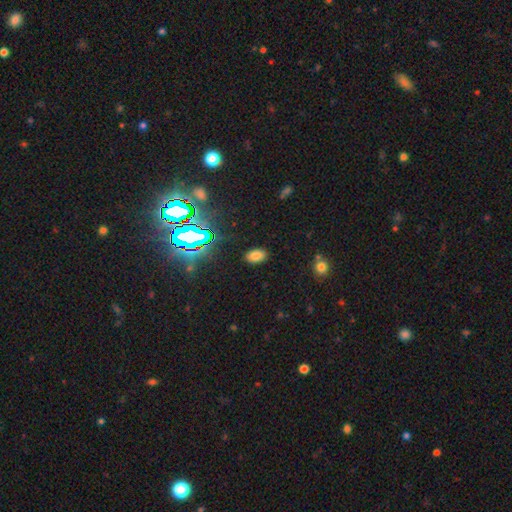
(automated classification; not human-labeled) smooth_or_featured: smooth (p=0.72) [alt: star or artifact p=0.22]
how_rounded: in between (p=0.90) [alt: round p=0.08]
merging: none (p=0.87) [alt: minor disturbance p=0.09]